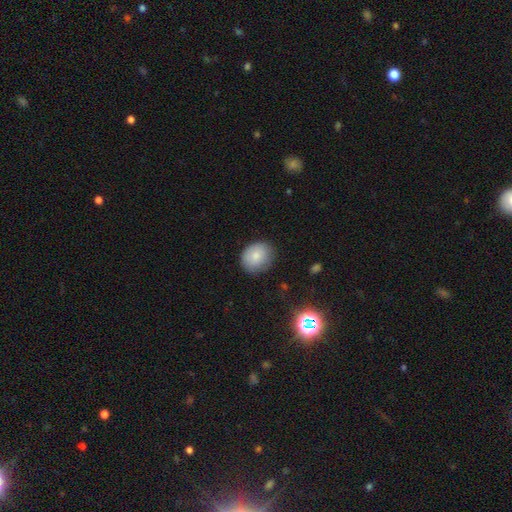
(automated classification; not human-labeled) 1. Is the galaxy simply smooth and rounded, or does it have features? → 82% smooth, 9% featured or disk, 9% star or artifact.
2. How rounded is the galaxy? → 66% round, 33% in between, 1% cigar-shaped.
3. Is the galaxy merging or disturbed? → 80% none, 16% minor disturbance, 3% major disturbance, 1% merger.